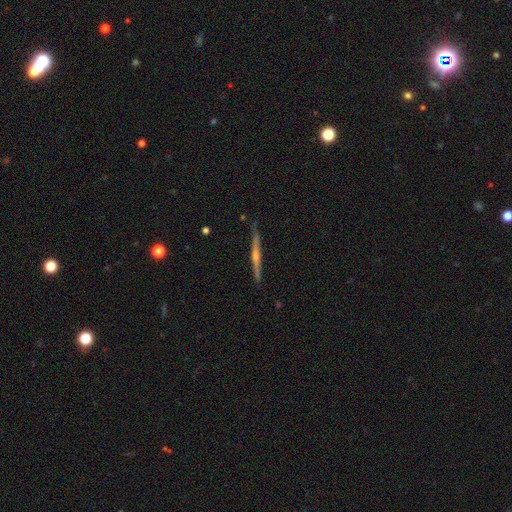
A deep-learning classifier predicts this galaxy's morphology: Overall: featured or disk (76%). Edge-on disk: yes (97%). Edge-on bulge: rounded (77%). Merging: none (88%).